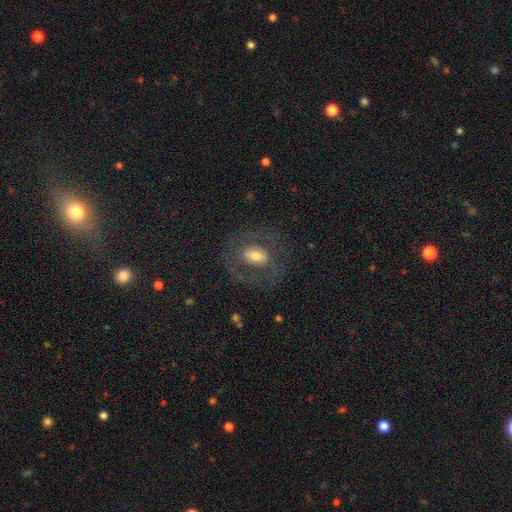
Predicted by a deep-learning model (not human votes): This is possibly a featured or disk galaxy (49%). Merging: likely none (70%).